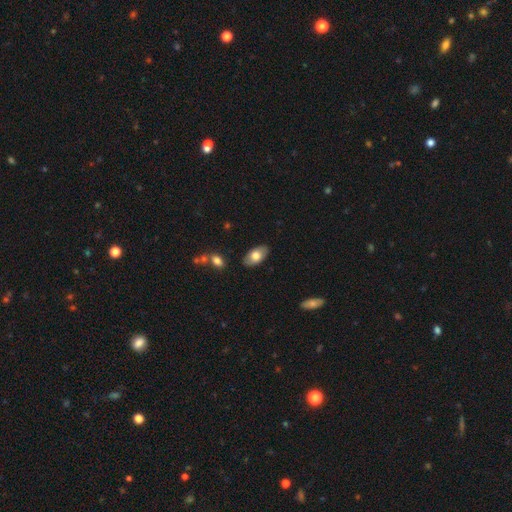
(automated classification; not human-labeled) Smooth or featured?
  - smooth: 73% *
  - featured or disk: 21%
  - star or artifact: 6%
How rounded?
  - in between: 94% *
  - round: 4%
  - cigar-shaped: 2%
Merging?
  - none: 84% *
  - minor disturbance: 12%
  - major disturbance: 2%
  - merger: 1%